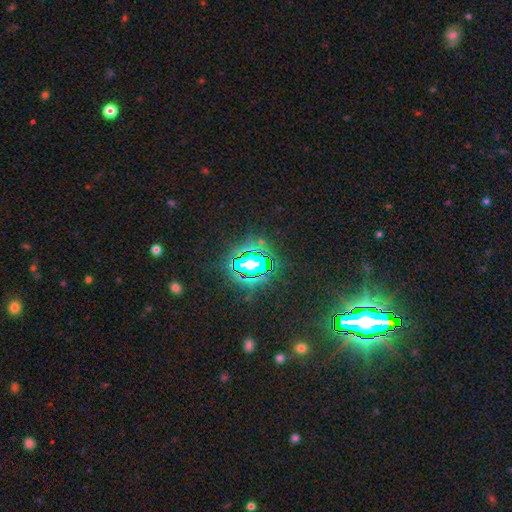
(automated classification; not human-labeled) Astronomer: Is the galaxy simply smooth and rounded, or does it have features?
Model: star or artifact — 84%.